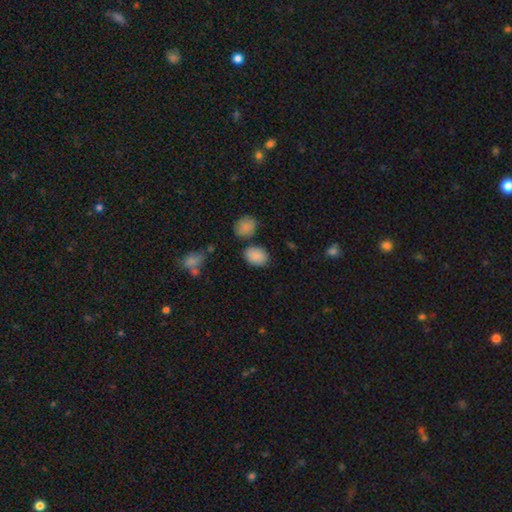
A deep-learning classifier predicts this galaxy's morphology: smooth_or_featured: smooth (p=0.85) [alt: star or artifact p=0.09]
how_rounded: in between (p=0.69) [alt: round p=0.29]
merging: none (p=0.73) [alt: minor disturbance p=0.14]